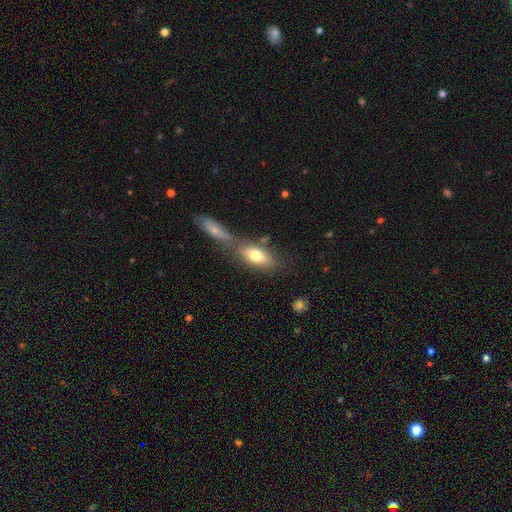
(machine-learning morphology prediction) type=smooth (75%); roundness=in between (81%); merging=none (49%).